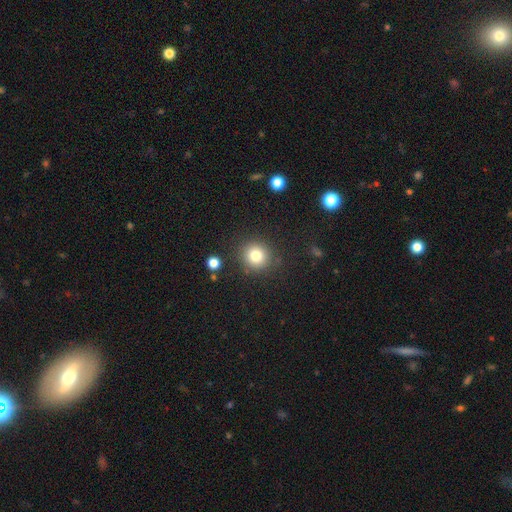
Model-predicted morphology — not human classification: The model was most divided on "smooth or featured": smooth: 80%, star or artifact: 12%, featured or disk: 8%. More confident: how rounded — round (91%); merging — none (86%).